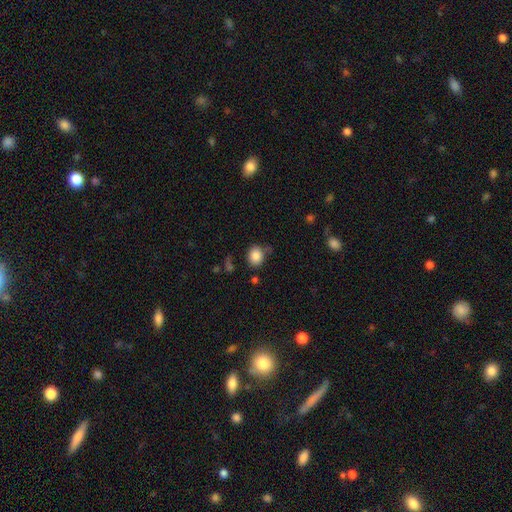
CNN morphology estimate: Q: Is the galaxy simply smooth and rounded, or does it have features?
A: smooth — 85%.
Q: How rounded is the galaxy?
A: round — 70%.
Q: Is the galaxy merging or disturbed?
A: none — 72%.